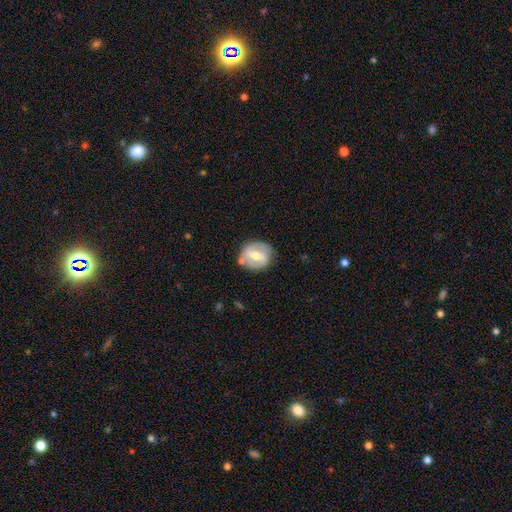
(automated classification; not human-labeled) A featured or disk galaxy (65%) with a strong bar (45%), spiral arms (62%) and a moderate central bulge (69%). Merging: none (74%).